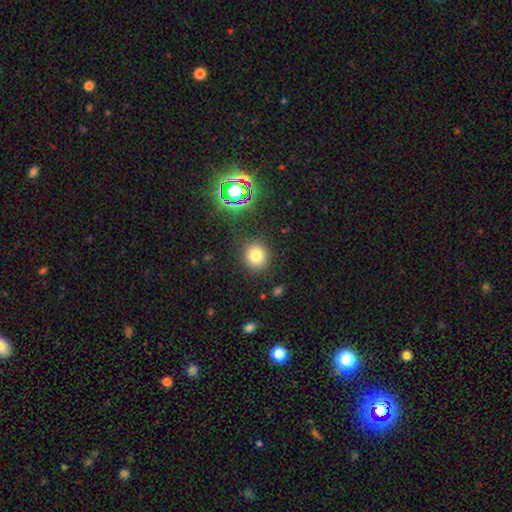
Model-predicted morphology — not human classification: smooth_or_featured: smooth (p=0.76) [alt: star or artifact p=0.17]
how_rounded: round (p=0.85) [alt: in between p=0.14]
merging: none (p=0.87) [alt: minor disturbance p=0.08]